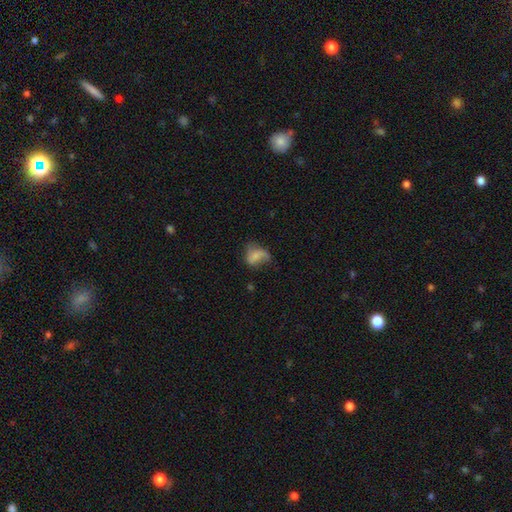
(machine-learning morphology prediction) smooth-or-featured: smooth: 53% | featured or disk: 37% | star or artifact: 10%
  how-rounded: in between: 73% | round: 25% | cigar-shaped: 2%
  merging: none: 35% | minor disturbance: 31% | major disturbance: 30% | merger: 4%